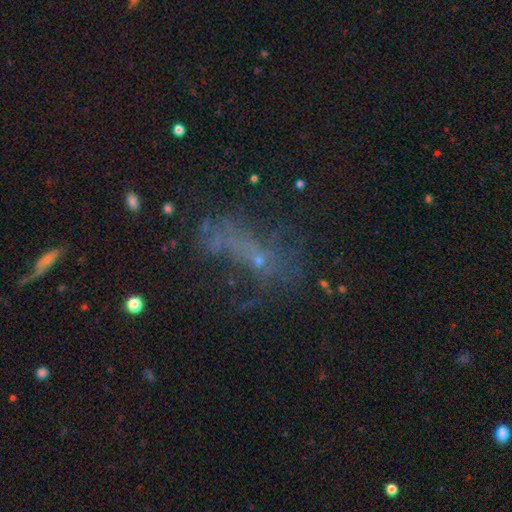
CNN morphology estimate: Q: Smooth or featured?
A: featured or disk (38%); runner-up: star or artifact (33%)
Q: Merging?
A: none (39%); runner-up: major disturbance (35%)